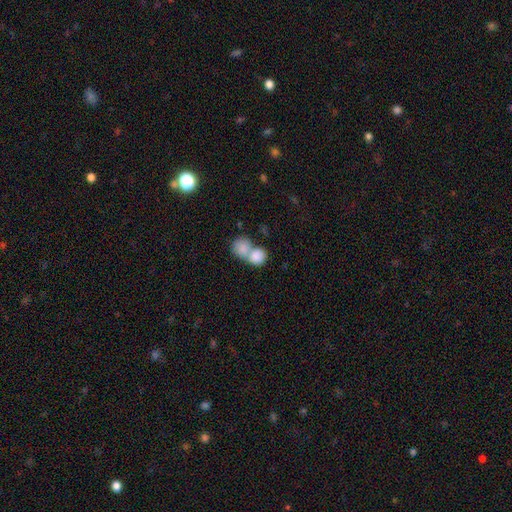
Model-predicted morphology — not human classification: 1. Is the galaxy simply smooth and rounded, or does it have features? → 83% smooth, 10% featured or disk, 7% star or artifact.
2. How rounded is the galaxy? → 61% round, 37% in between, 1% cigar-shaped.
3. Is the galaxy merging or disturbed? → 72% merger, 20% none, 5% minor disturbance, 3% major disturbance.